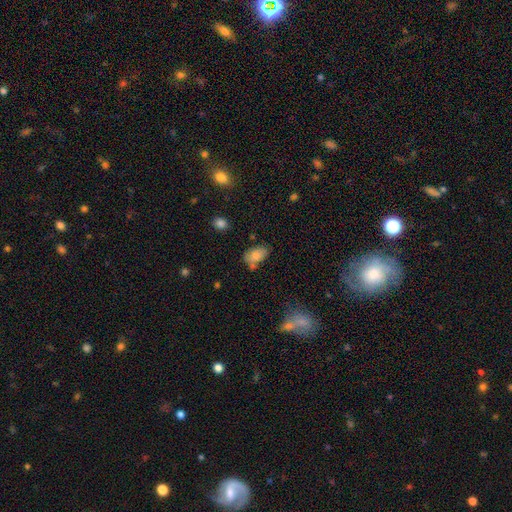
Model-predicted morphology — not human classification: smooth 82%, featured or disk 10%, star or artifact 8%. Down the decision tree: how rounded — in between (90%); merging — none (56%).